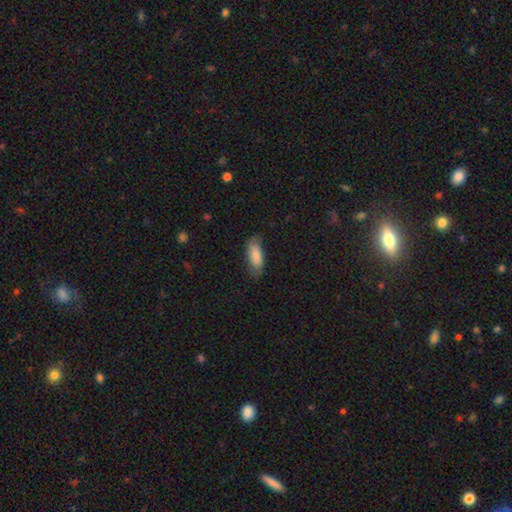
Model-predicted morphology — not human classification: The model was most divided on "how rounded": in between: 73%, cigar-shaped: 25%, round: 2%. More confident: smooth or featured — smooth (83%); merging — none (75%).